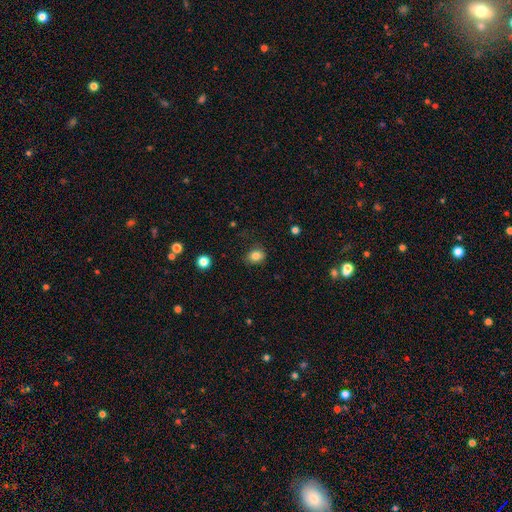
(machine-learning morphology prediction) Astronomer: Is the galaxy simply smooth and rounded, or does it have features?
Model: smooth — 83%.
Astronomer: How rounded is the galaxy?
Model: in between — 57% (runner-up: round, 42%).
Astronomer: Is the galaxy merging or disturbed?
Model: none — 75%.